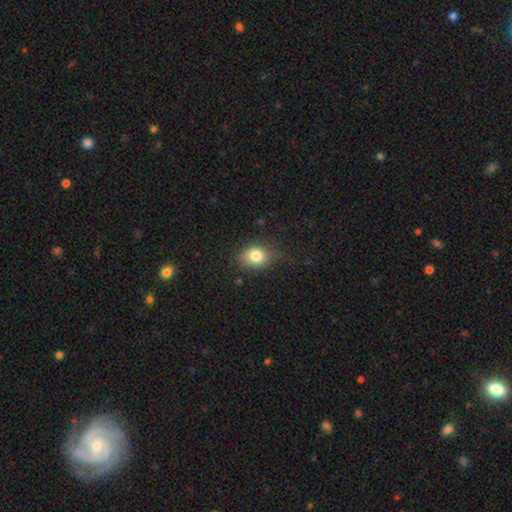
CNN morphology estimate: Overall: smooth (81%). How rounded: in between (50%; round 48%). Merging: none (70%).